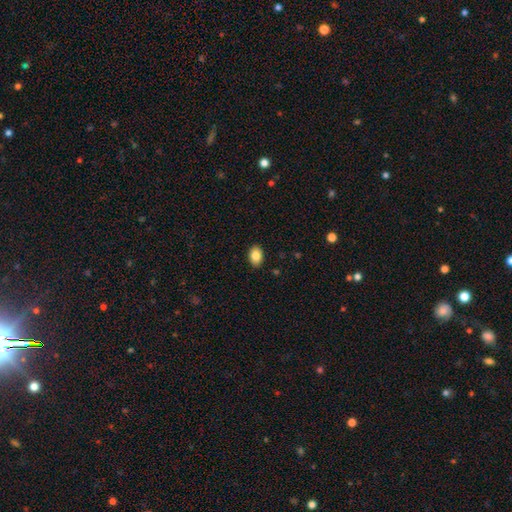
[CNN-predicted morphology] A smooth galaxy with no disk features (85%) that is in between round and cigar-shaped (84%). Merging: none (88%).